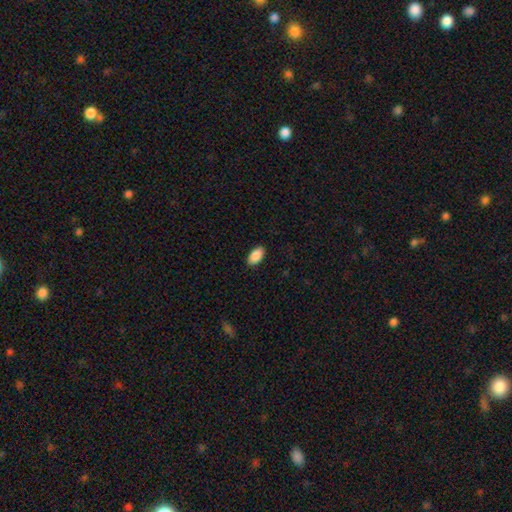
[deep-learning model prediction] Overall: smooth (89%). How rounded: in between (94%). Merging: none (89%).